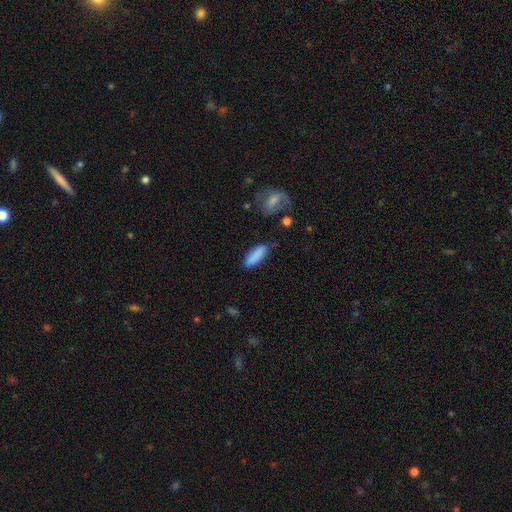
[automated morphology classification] Smooth or featured?
  - smooth: 87% *
  - featured or disk: 7%
  - star or artifact: 6%
How rounded?
  - in between: 53% *
  - cigar-shaped: 45%
  - round: 2%
Merging?
  - none: 79% *
  - minor disturbance: 15%
  - major disturbance: 4%
  - merger: 3%